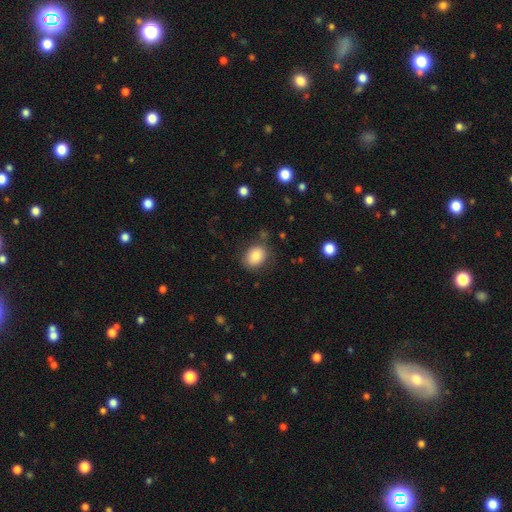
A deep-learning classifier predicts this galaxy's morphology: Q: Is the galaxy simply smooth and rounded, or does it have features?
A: smooth — 85%.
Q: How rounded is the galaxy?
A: in between — 57%.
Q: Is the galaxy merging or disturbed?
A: none — 79%.